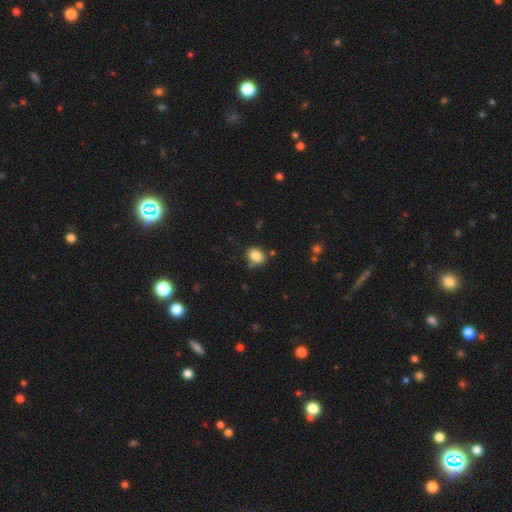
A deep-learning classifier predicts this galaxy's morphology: Smooth or featured: smooth — 84% (star or artifact — 10%)
How rounded: round — 54% (in between — 45%)
Merging: none — 76% (minor disturbance — 15%)